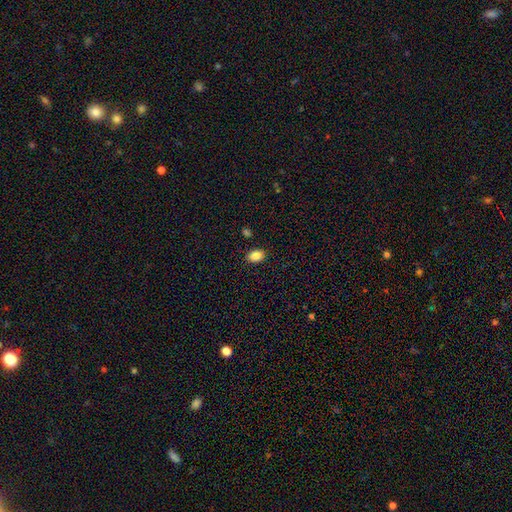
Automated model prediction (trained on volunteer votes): A smooth galaxy with no disk features (87%) that is in between round and cigar-shaped (76%). Merging: none (88%).